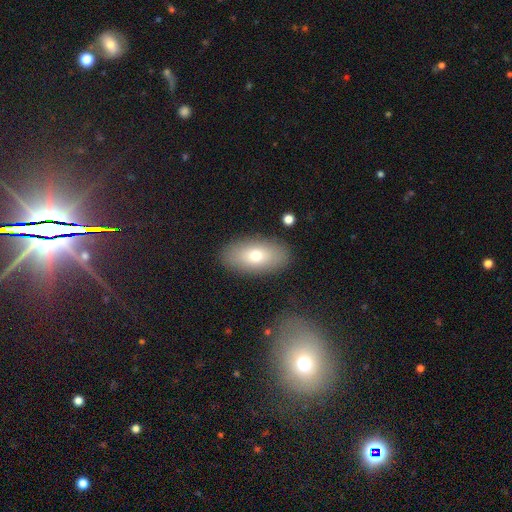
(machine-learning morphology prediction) The model was most divided on "smooth or featured": smooth: 73%, featured or disk: 20%, star or artifact: 8%. More confident: how rounded — in between (92%); merging — none (87%).